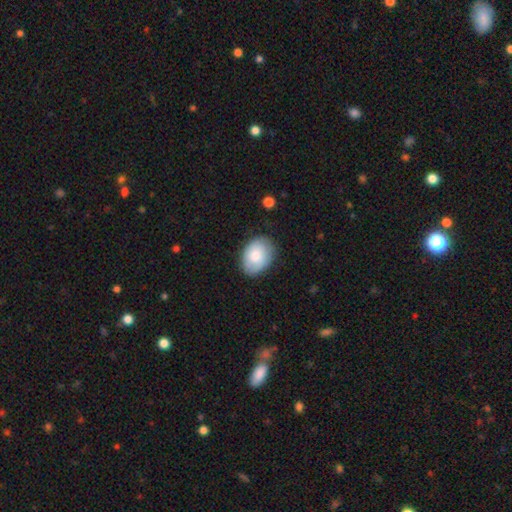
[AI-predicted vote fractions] smooth_or_featured: smooth (p=0.72) [alt: featured or disk p=0.21]
how_rounded: in between (p=0.70) [alt: round p=0.29]
merging: none (p=0.76) [alt: minor disturbance p=0.19]